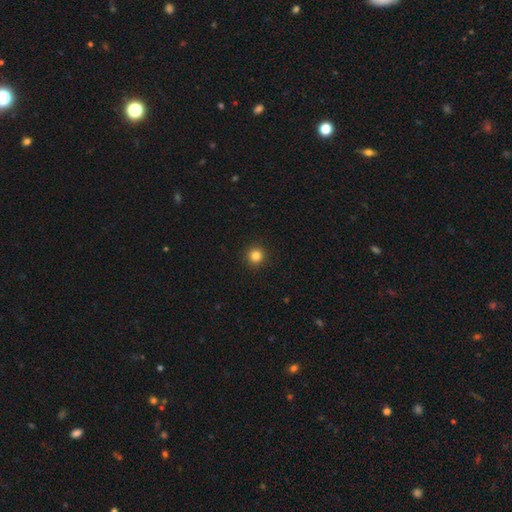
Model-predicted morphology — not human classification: Smooth or featured?
  - smooth: 84% *
  - star or artifact: 12%
  - featured or disk: 4%
How rounded?
  - round: 96% *
  - in between: 3%
  - cigar-shaped: 1%
Merging?
  - none: 93% *
  - minor disturbance: 4%
  - major disturbance: 2%
  - merger: 1%